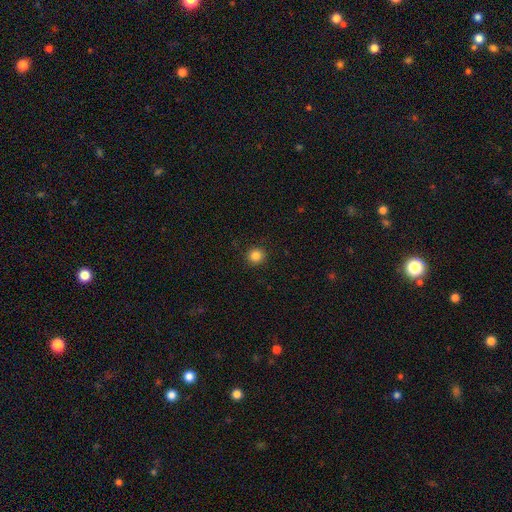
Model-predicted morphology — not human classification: The model was most divided on "smooth or featured": smooth: 84%, star or artifact: 12%, featured or disk: 4%. More confident: how rounded — round (93%); merging — none (92%).